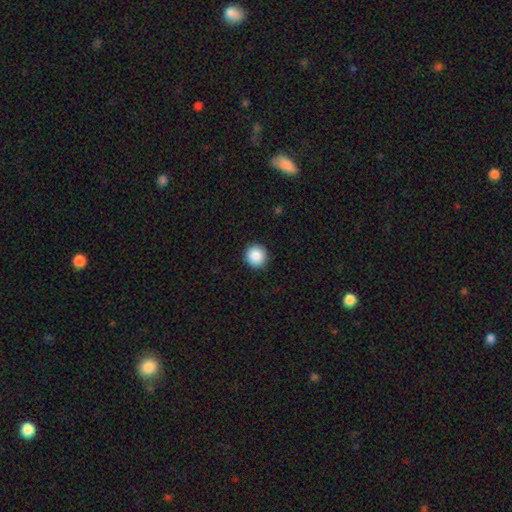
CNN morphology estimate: Q: Smooth or featured?
A: smooth (88%); runner-up: star or artifact (9%)
Q: How rounded?
A: round (96%); runner-up: in between (3%)
Q: Merging?
A: none (92%); runner-up: minor disturbance (5%)